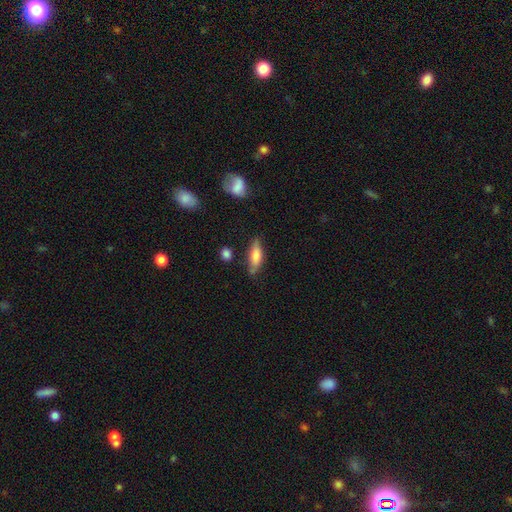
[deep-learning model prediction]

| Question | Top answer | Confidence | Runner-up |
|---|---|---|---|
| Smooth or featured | smooth | 68% | featured or disk (26%) |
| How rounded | in between | 56% | cigar-shaped (41%) |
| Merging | none | 71% | minor disturbance (21%) |